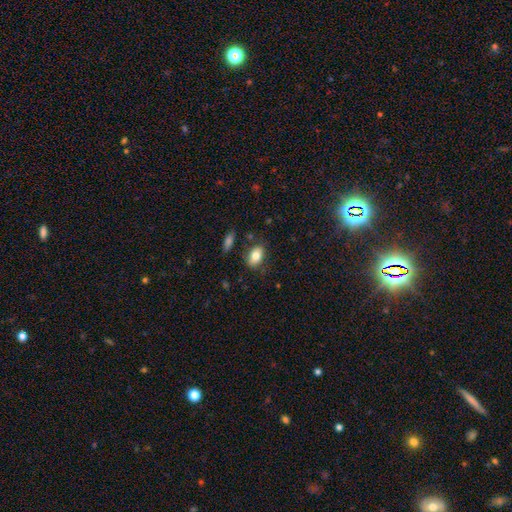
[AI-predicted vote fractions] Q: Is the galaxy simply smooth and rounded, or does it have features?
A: smooth — 79%.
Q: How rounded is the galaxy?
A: in between — 88%.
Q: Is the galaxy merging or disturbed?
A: none — 79%.